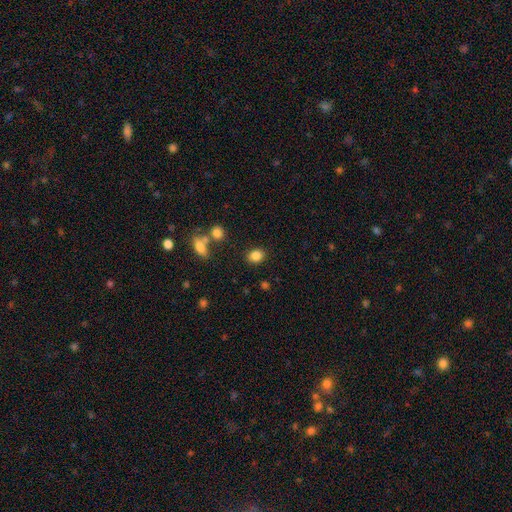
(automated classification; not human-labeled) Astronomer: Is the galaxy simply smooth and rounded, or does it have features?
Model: smooth — 85%.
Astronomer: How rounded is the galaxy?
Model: round — 53% (runner-up: in between, 46%).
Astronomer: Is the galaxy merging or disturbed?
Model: none — 83%.